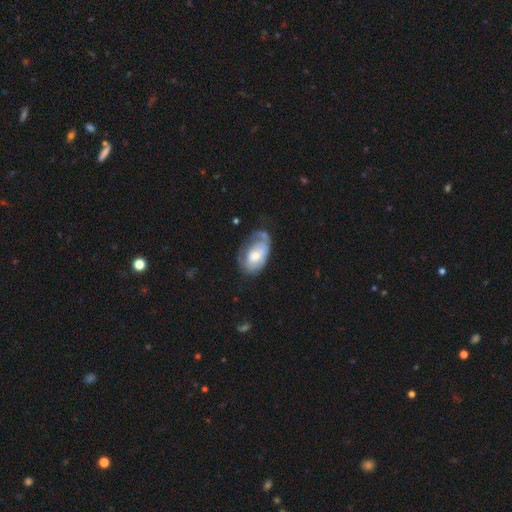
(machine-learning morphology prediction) Overall: smooth (49%; featured or disk 45%). Merging: minor disturbance (33%; none 32%).